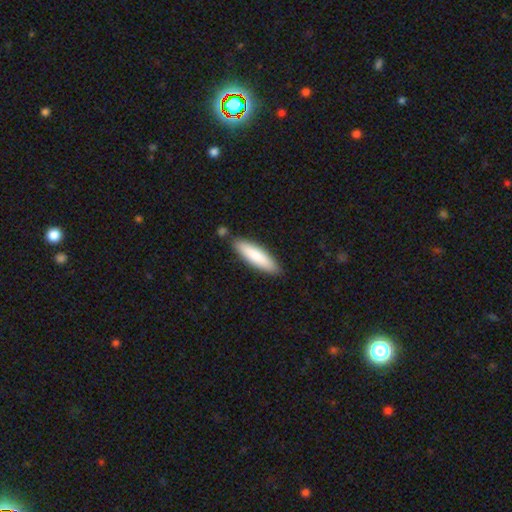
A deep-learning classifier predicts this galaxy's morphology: smooth-or-featured: smooth: 80% | featured or disk: 15% | star or artifact: 5%
  how-rounded: cigar-shaped: 70% | in between: 29% | round: 1%
  merging: none: 83% | minor disturbance: 11% | merger: 4% | major disturbance: 2%